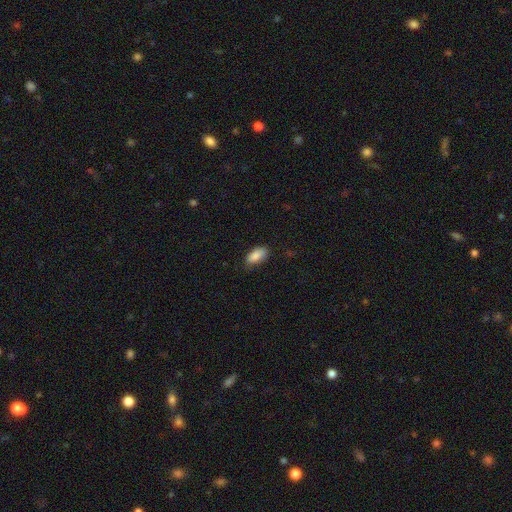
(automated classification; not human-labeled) This appears to be a smooth galaxy with no disk features (88%) that is in between round and cigar-shaped (92%). Merging: none (78%).